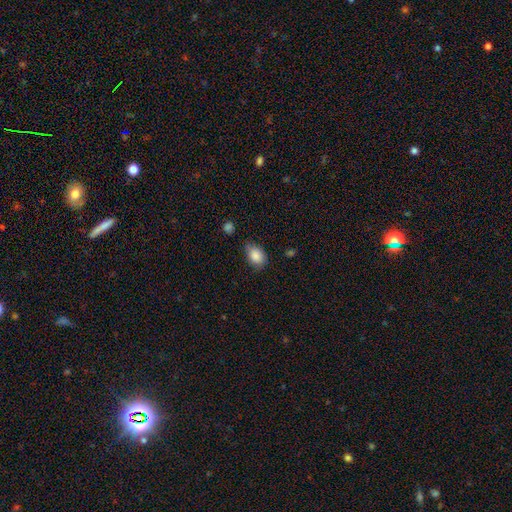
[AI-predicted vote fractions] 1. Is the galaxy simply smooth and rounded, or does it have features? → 87% smooth, 8% star or artifact, 6% featured or disk.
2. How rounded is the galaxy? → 82% in between, 16% round, 1% cigar-shaped.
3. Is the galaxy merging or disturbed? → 68% none, 26% minor disturbance, 5% major disturbance, 2% merger.